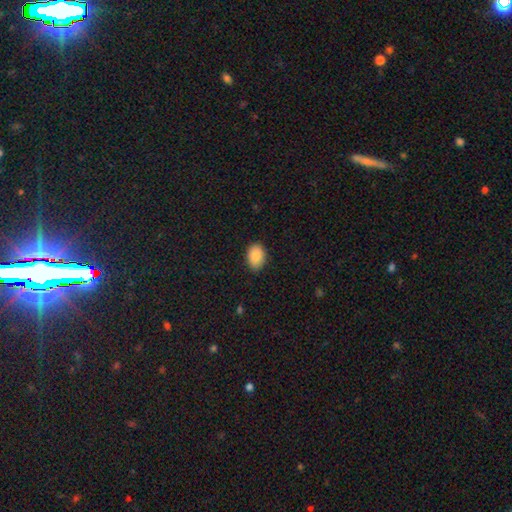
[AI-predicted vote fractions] This appears to be a smooth galaxy with no disk features (87%) that is in between round and cigar-shaped (80%). Merging: none (81%).